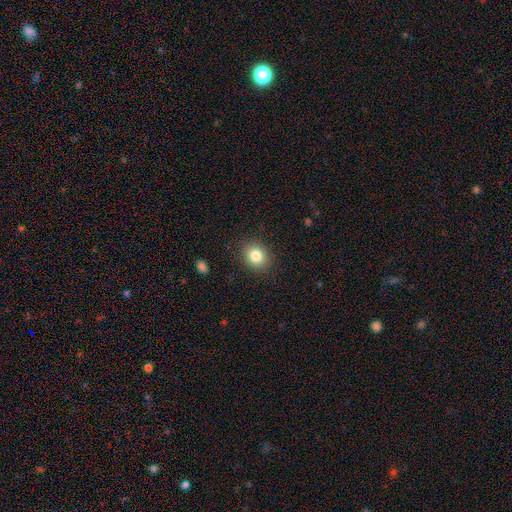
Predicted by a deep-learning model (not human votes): Smooth or featured?
  - smooth: 83% *
  - star or artifact: 10%
  - featured or disk: 7%
How rounded?
  - round: 67% *
  - in between: 32%
  - cigar-shaped: 1%
Merging?
  - none: 88% *
  - minor disturbance: 8%
  - major disturbance: 3%
  - merger: 1%